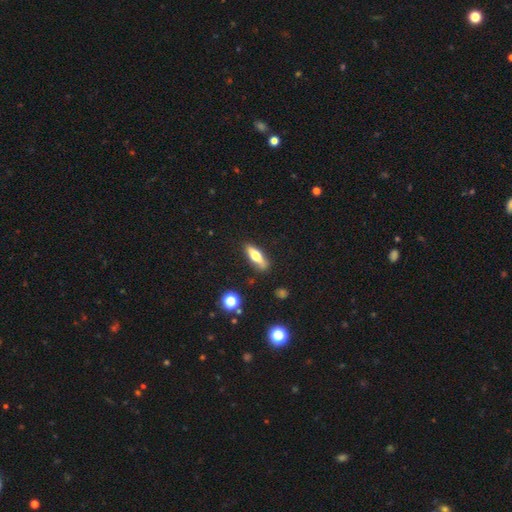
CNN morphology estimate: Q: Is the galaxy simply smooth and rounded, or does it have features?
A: smooth — 58%.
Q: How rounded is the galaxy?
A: cigar-shaped — 52%.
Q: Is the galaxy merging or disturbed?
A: none — 82%.